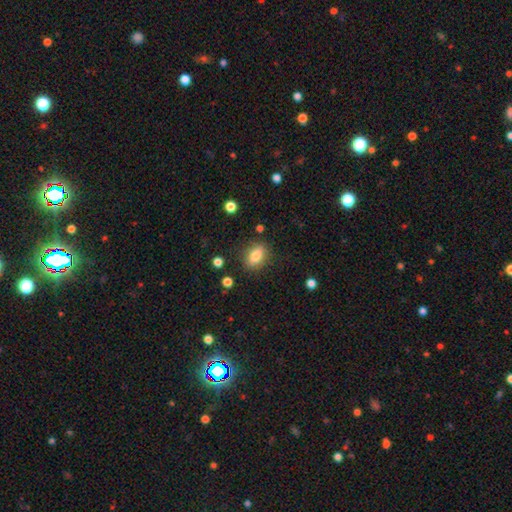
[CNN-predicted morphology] Q: Smooth or featured?
A: smooth (80%); runner-up: featured or disk (11%)
Q: How rounded?
A: in between (78%); runner-up: round (18%)
Q: Merging?
A: none (84%); runner-up: minor disturbance (11%)